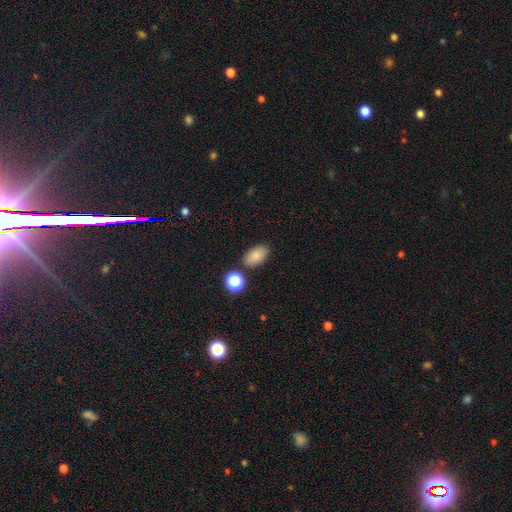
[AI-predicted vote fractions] Q: Smooth or featured?
A: smooth (85%); runner-up: star or artifact (10%)
Q: How rounded?
A: in between (91%); runner-up: round (8%)
Q: Merging?
A: none (81%); runner-up: minor disturbance (10%)